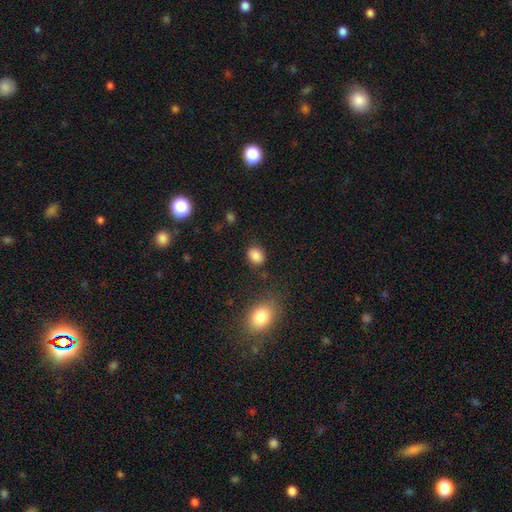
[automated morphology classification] Smooth or featured: smooth — 85% (star or artifact — 10%)
How rounded: in between — 52% (round — 47%)
Merging: none — 81% (minor disturbance — 12%)